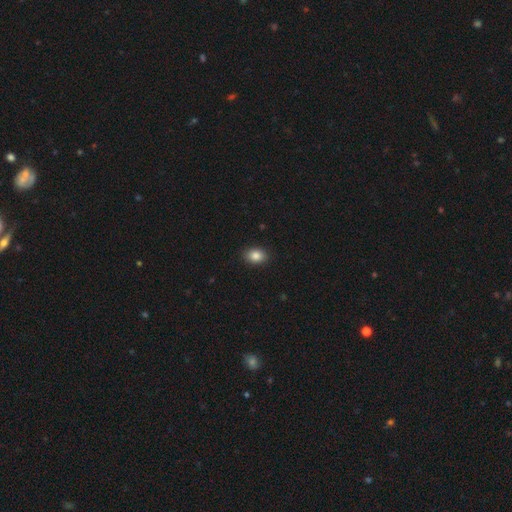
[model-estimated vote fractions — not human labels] smooth_or_featured: smooth (p=0.86) [alt: star or artifact p=0.09]
how_rounded: in between (p=0.74) [alt: round p=0.25]
merging: none (p=0.89) [alt: minor disturbance p=0.08]